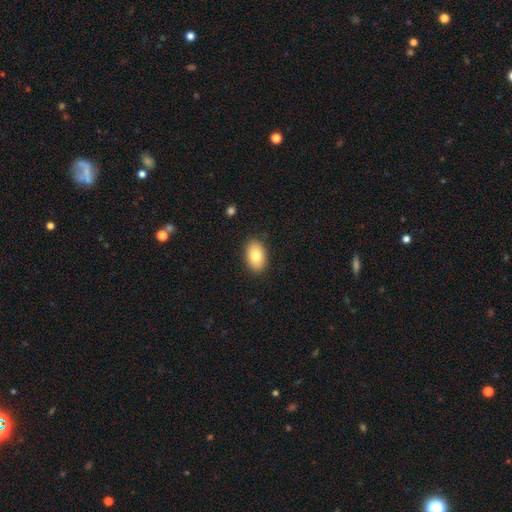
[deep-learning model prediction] This appears to be a smooth galaxy with no disk features (82%) that is in between round and cigar-shaped (90%). Merging: none (88%).